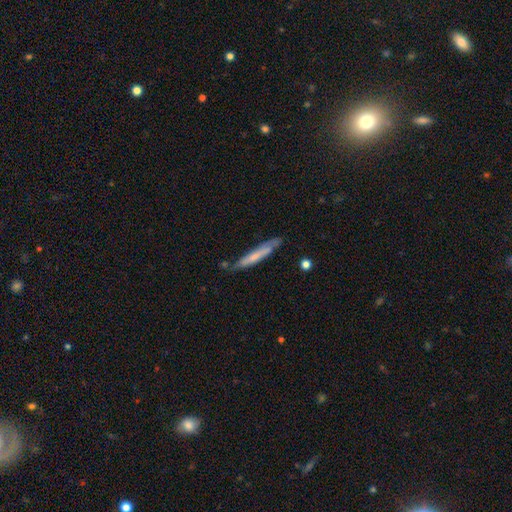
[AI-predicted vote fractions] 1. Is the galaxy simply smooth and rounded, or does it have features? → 55% smooth, 40% featured or disk, 6% star or artifact.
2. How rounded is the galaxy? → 94% cigar-shaped, 5% in between, 1% round.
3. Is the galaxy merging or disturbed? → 73% none, 19% minor disturbance, 4% major disturbance, 4% merger.